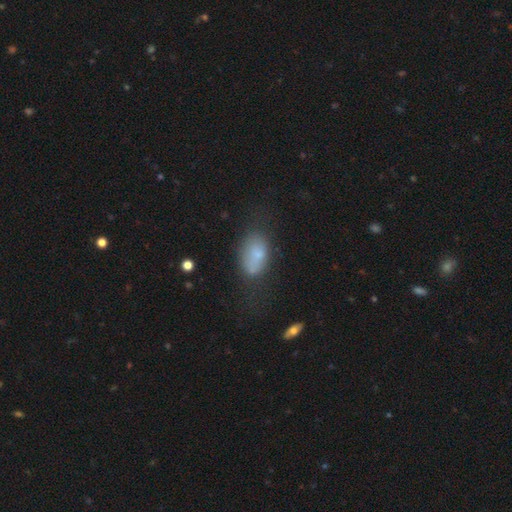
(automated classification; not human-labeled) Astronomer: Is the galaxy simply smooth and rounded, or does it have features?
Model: smooth — 71%.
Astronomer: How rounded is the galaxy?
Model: in between — 88%.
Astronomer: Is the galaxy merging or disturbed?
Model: none — 45% (runner-up: minor disturbance, 26%).